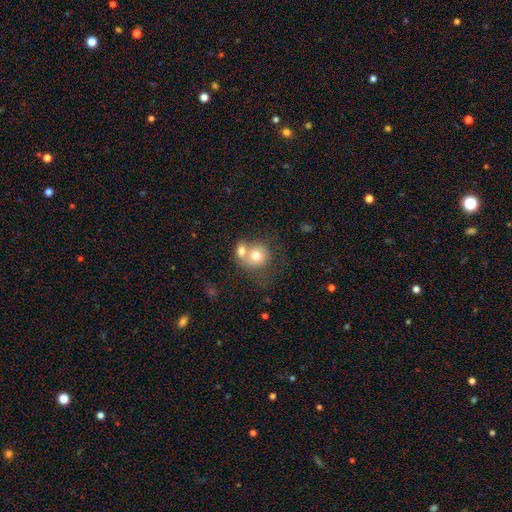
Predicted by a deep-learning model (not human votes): smooth-or-featured: smooth: 69% | featured or disk: 22% | star or artifact: 9%
  how-rounded: round: 77% | in between: 22% | cigar-shaped: 1%
  merging: merger: 64% | none: 23% | minor disturbance: 8% | major disturbance: 5%